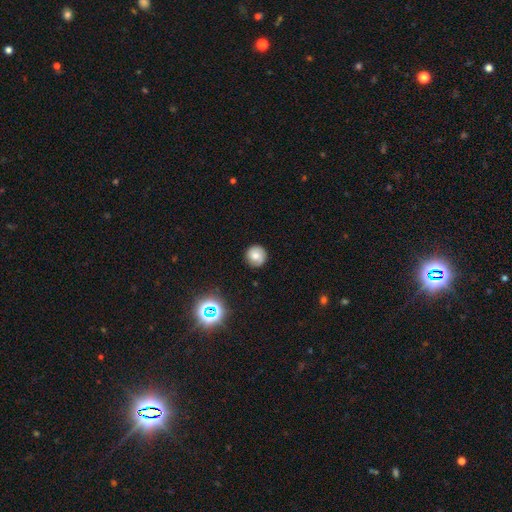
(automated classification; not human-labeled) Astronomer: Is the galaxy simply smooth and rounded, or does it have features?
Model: smooth — 68%.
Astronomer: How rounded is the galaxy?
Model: round — 94%.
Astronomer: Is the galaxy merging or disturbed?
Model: none — 86%.